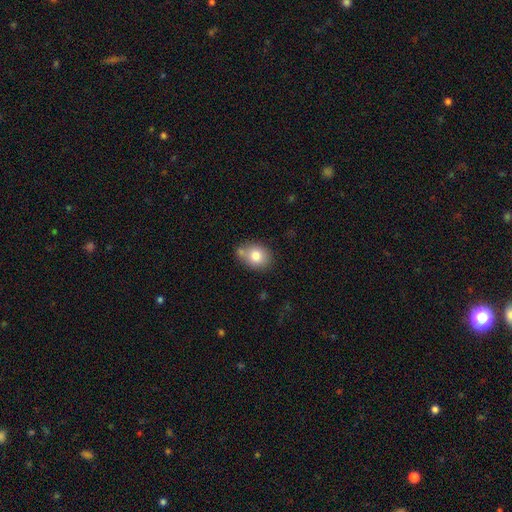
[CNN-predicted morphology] Q: Smooth or featured?
A: smooth (80%); runner-up: featured or disk (11%)
Q: How rounded?
A: in between (50%); runner-up: round (49%)
Q: Merging?
A: none (61%); runner-up: minor disturbance (19%)